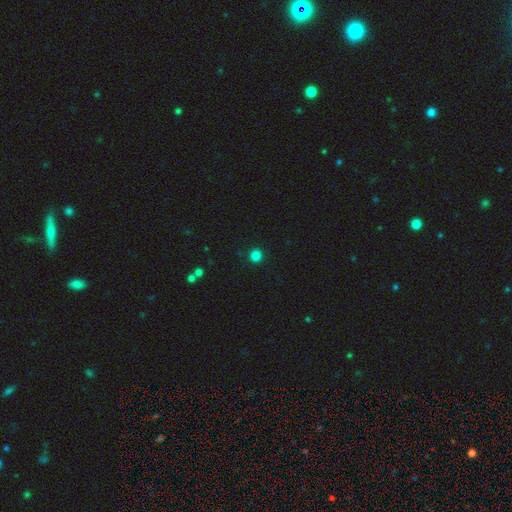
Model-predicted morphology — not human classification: Smooth or featured? Predicted: smooth (p=0.84). How rounded? Predicted: round (p=0.93). Merging? Predicted: none (p=0.92).